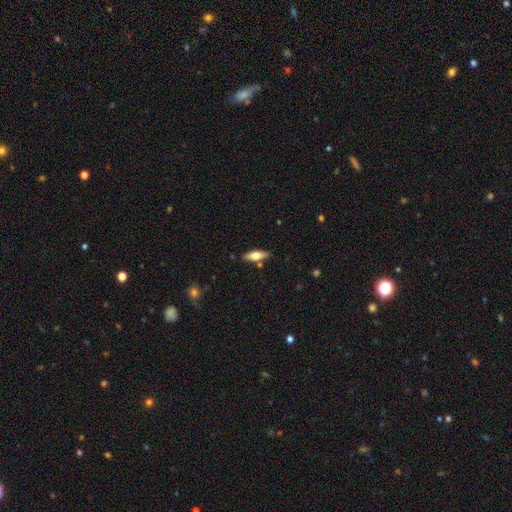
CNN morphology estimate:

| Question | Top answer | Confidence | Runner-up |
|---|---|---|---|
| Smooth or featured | smooth | 63% | featured or disk (31%) |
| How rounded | in between | 61% | cigar-shaped (37%) |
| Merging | none | 83% | minor disturbance (11%) |